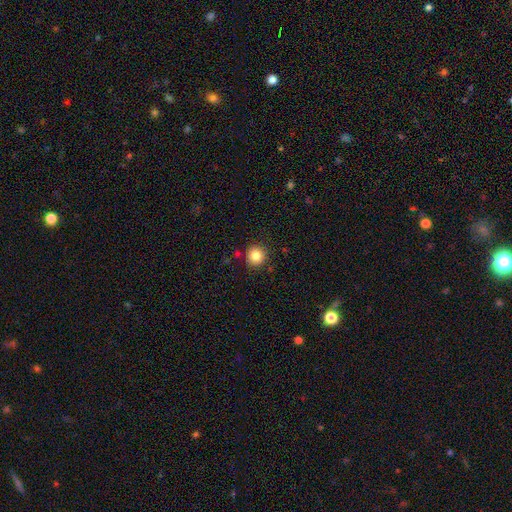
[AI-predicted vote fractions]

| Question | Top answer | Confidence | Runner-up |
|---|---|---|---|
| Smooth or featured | smooth | 85% | star or artifact (10%) |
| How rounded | round | 93% | in between (6%) |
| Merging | none | 88% | minor disturbance (7%) |